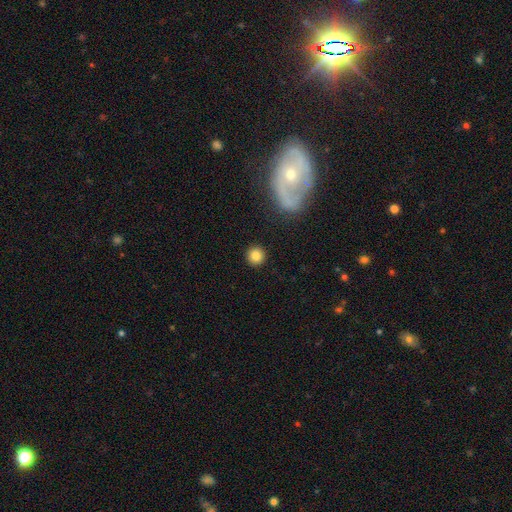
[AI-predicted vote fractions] A smooth galaxy with no disk features (83%) that is round (94%).

Vote fractions:
- Smooth or featured? smooth: 83% / star or artifact: 11% / featured or disk: 7%
- How rounded? round: 94% / in between: 5% / cigar-shaped: 1%
- Merging? none: 92% / minor disturbance: 5% / major disturbance: 2% / merger: 2%